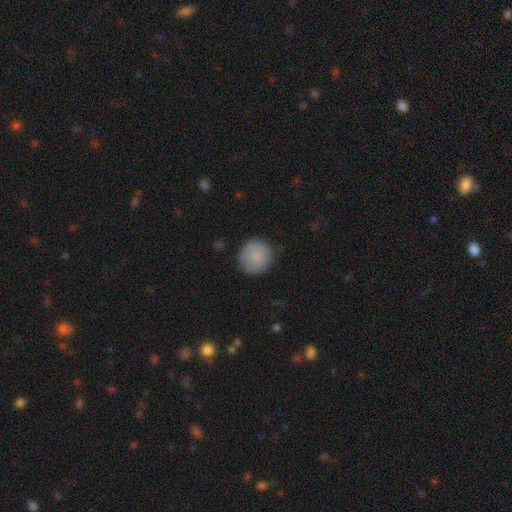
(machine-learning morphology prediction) Smooth or featured? Predicted: smooth (p=0.85). How rounded? Predicted: round (p=0.93). Merging? Predicted: none (p=0.85).